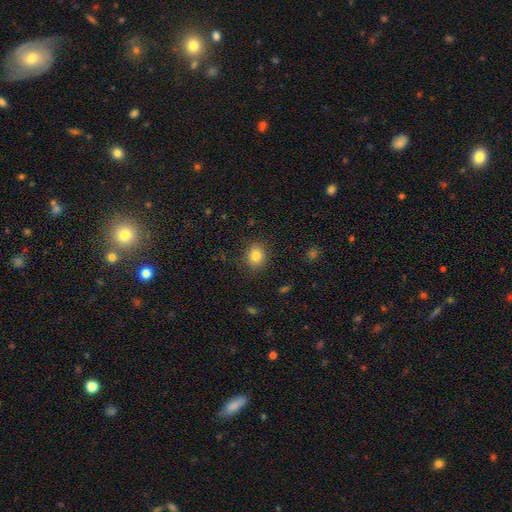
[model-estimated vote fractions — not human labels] smooth_or_featured: smooth (p=0.83) [alt: star or artifact p=0.11]
how_rounded: round (p=0.71) [alt: in between p=0.28]
merging: none (p=0.87) [alt: minor disturbance p=0.09]